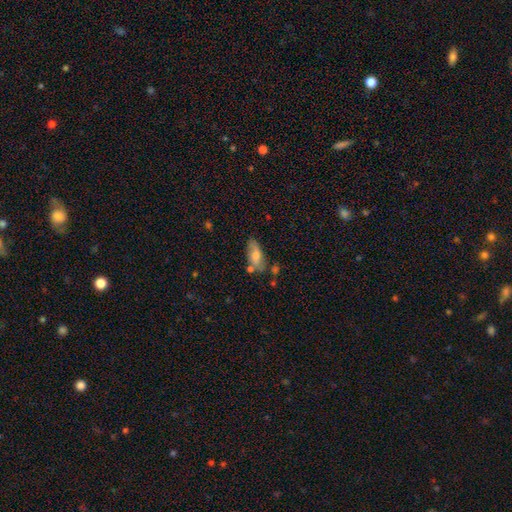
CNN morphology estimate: Smooth or featured: smooth — 64% (featured or disk — 29%)
How rounded: in between — 83% (cigar-shaped — 14%)
Merging: none — 60% (minor disturbance — 22%)